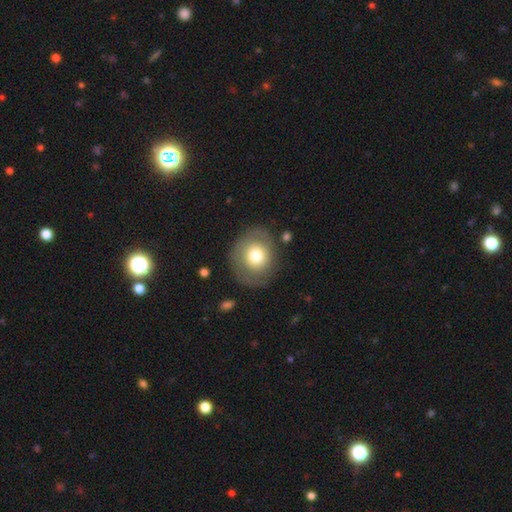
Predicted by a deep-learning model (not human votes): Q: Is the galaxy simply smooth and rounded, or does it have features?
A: smooth — 67%.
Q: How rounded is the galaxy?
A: round — 77%.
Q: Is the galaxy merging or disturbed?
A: none — 77%.